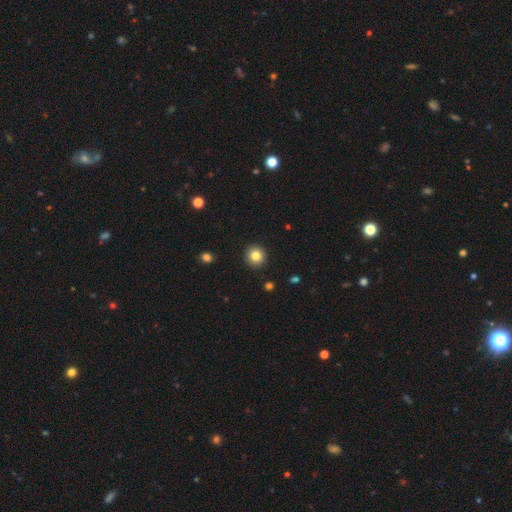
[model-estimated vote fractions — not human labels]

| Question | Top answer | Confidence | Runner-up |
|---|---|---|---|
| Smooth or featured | smooth | 83% | star or artifact (10%) |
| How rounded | round | 93% | in between (6%) |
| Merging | none | 92% | minor disturbance (5%) |